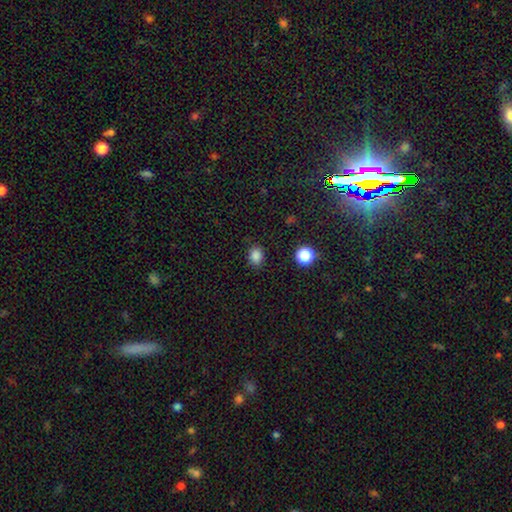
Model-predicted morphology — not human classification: smooth 84%, star or artifact 13%, featured or disk 3%. Down the decision tree: how rounded — round (54%); merging — none (84%).